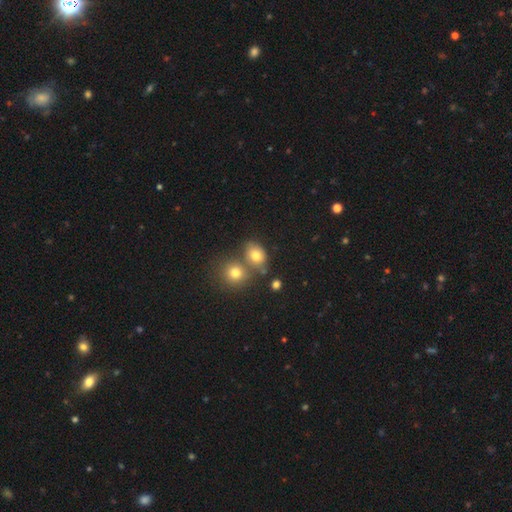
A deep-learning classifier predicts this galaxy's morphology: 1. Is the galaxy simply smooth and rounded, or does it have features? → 76% smooth, 13% star or artifact, 10% featured or disk.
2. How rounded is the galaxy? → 50% round, 49% in between, 1% cigar-shaped.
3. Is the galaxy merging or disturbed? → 52% none, 32% merger, 12% minor disturbance, 4% major disturbance.